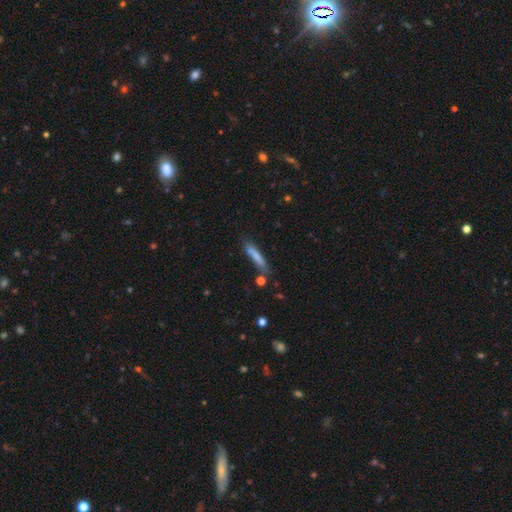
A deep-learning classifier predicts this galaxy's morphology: smooth-or-featured: smooth: 76% | featured or disk: 17% | star or artifact: 7%
  how-rounded: cigar-shaped: 90% | in between: 9% | round: 2%
  merging: none: 70% | minor disturbance: 19% | merger: 6% | major disturbance: 5%